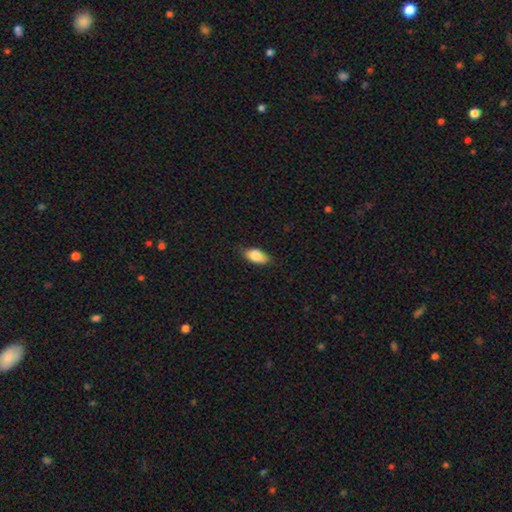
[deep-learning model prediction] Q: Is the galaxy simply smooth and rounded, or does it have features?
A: smooth — 85%.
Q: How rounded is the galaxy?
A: in between — 91%.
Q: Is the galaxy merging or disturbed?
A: none — 72%.